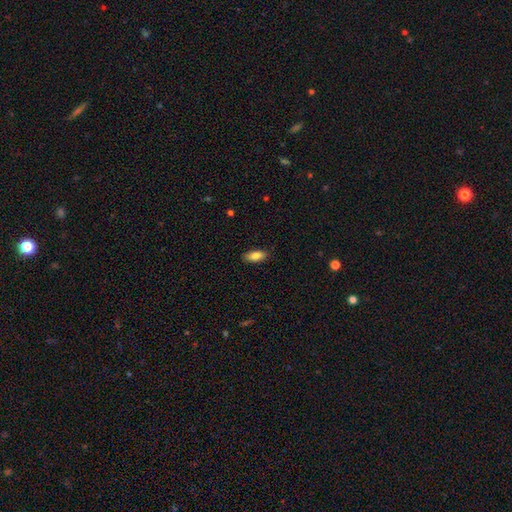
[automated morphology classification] Smooth or featured? smooth (85%)
How rounded? in between (83%)
Merging? none (87%)